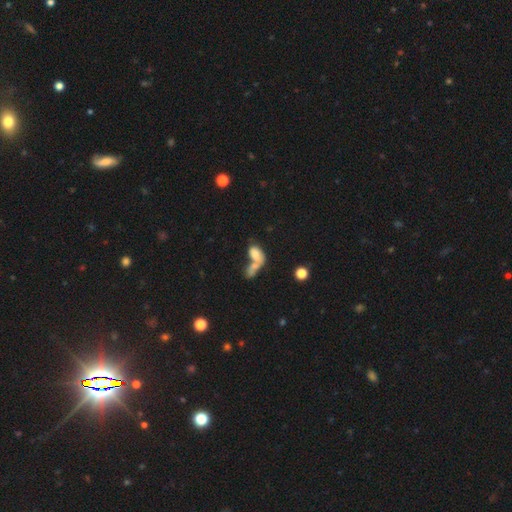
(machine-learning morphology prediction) Smooth or featured?
  - smooth: 71% *
  - featured or disk: 19%
  - star or artifact: 10%
How rounded?
  - in between: 88% *
  - round: 8%
  - cigar-shaped: 4%
Merging?
  - merger: 68% *
  - none: 16%
  - major disturbance: 9%
  - minor disturbance: 8%